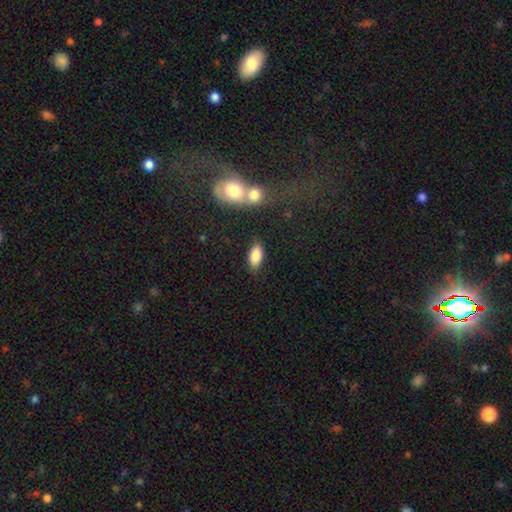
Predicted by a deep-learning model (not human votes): A smooth galaxy with no disk features (84%) that is in between round and cigar-shaped (89%).

Vote fractions:
- Smooth or featured? smooth: 84% / featured or disk: 9% / star or artifact: 8%
- How rounded? in between: 89% / cigar-shaped: 7% / round: 4%
- Merging? none: 81% / minor disturbance: 11% / merger: 6% / major disturbance: 3%